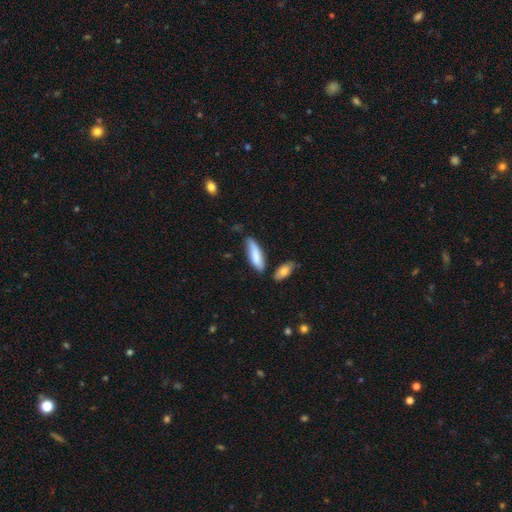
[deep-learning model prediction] A smooth galaxy with no disk features (78%) that is cigar-shaped (53%).

Vote fractions:
- Smooth or featured? smooth: 78% / featured or disk: 16% / star or artifact: 6%
- How rounded? cigar-shaped: 53% / in between: 46% / round: 2%
- Merging? none: 62% / minor disturbance: 25% / merger: 8% / major disturbance: 5%